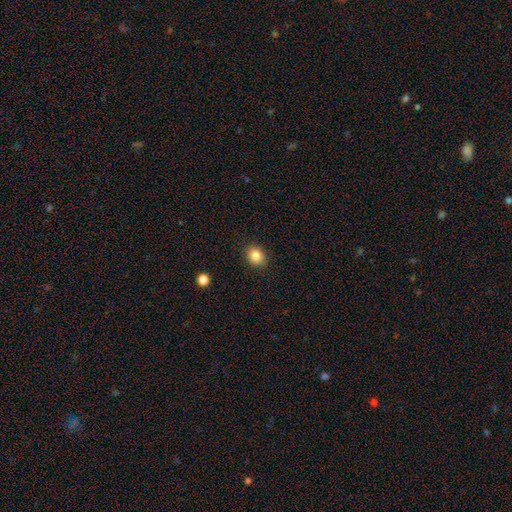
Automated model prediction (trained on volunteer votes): smooth-or-featured: smooth: 85% | star or artifact: 10% | featured or disk: 5%
  how-rounded: round: 57% | in between: 42% | cigar-shaped: 1%
  merging: none: 89% | minor disturbance: 8% | major disturbance: 2% | merger: 1%